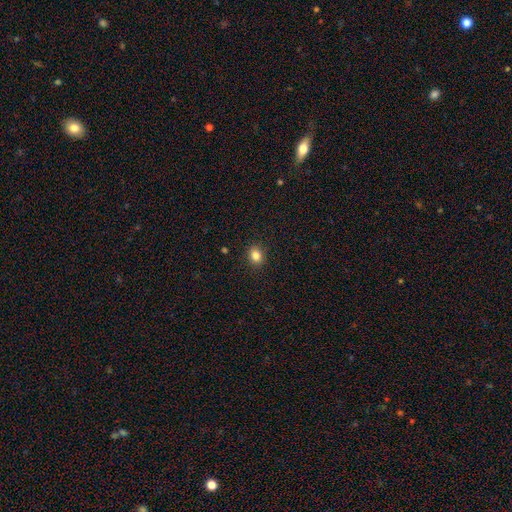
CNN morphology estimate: Overall: smooth (84%). How rounded: round (53%; in between 46%). Merging: none (90%).